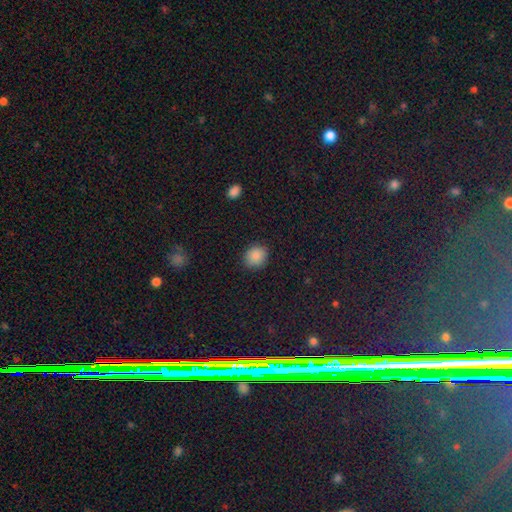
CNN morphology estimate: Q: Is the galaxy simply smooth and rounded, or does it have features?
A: smooth — 87%.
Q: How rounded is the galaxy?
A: round — 72%.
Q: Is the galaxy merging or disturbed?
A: none — 88%.